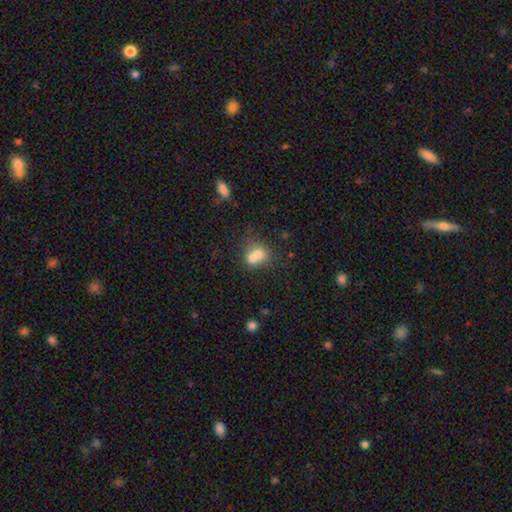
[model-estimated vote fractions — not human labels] Overall: smooth (68%). How rounded: round (64%; in between 35%). Merging: merger (63%; none 26%).